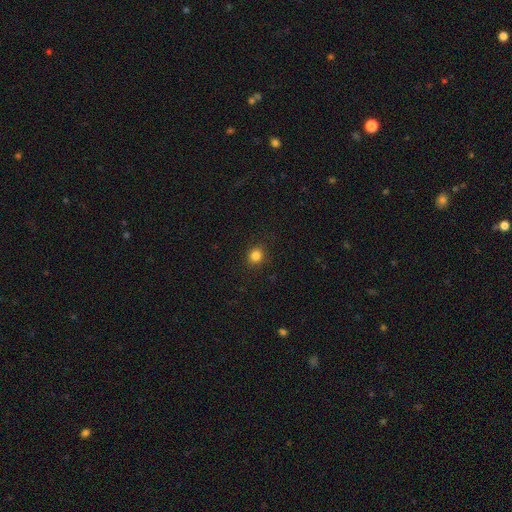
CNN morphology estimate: Overall: smooth (84%). How rounded: round (85%). Merging: none (89%).